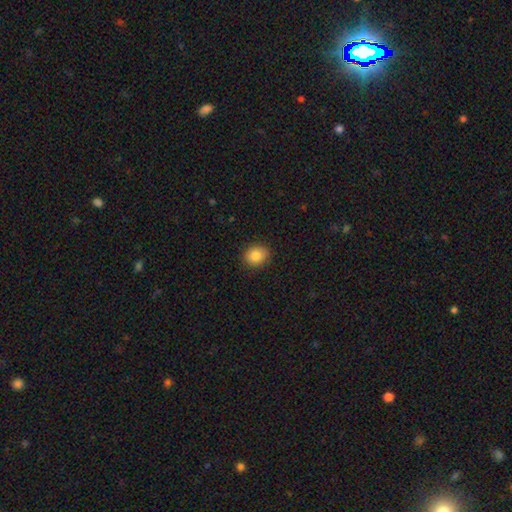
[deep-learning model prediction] A smooth galaxy with no disk features (85%) that is round (70%).

Vote fractions:
- Smooth or featured? smooth: 85% / star or artifact: 9% / featured or disk: 5%
- How rounded? round: 70% / in between: 29% / cigar-shaped: 1%
- Merging? none: 88% / minor disturbance: 8% / major disturbance: 2% / merger: 1%